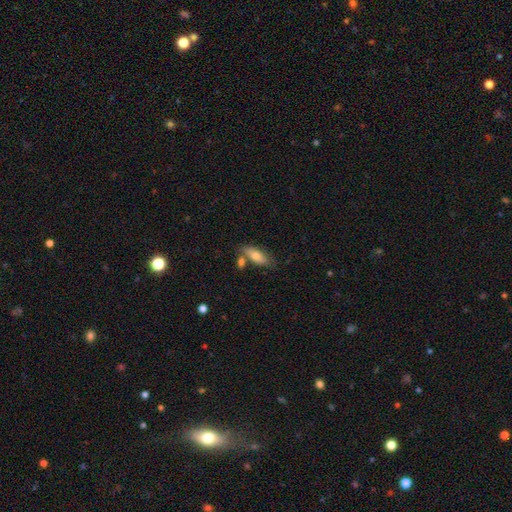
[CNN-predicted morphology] smooth-or-featured: smooth: 72% | featured or disk: 22% | star or artifact: 6%
  how-rounded: in between: 75% | cigar-shaped: 22% | round: 3%
  merging: none: 63% | merger: 18% | minor disturbance: 15% | major disturbance: 4%